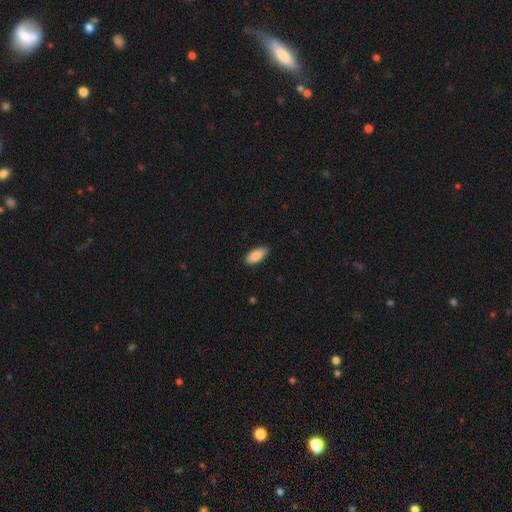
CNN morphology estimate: The model was most divided on "how rounded": in between: 87%, cigar-shaped: 11%, round: 2%. More confident: smooth or featured — smooth (88%); merging — none (87%).